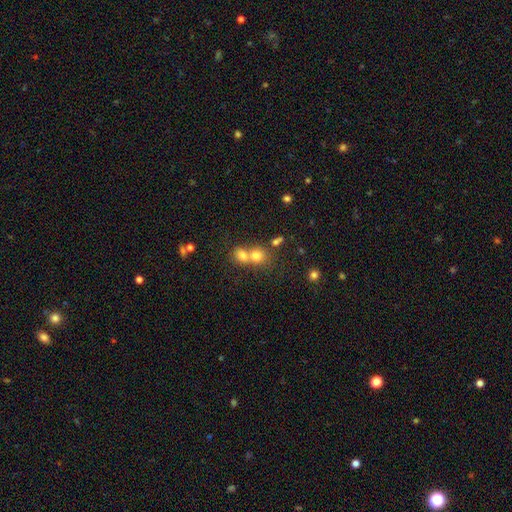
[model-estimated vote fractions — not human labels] smooth_or_featured: smooth (p=0.74) [alt: star or artifact p=0.13]
how_rounded: round (p=0.75) [alt: in between p=0.24]
merging: merger (p=0.58) [alt: none p=0.33]